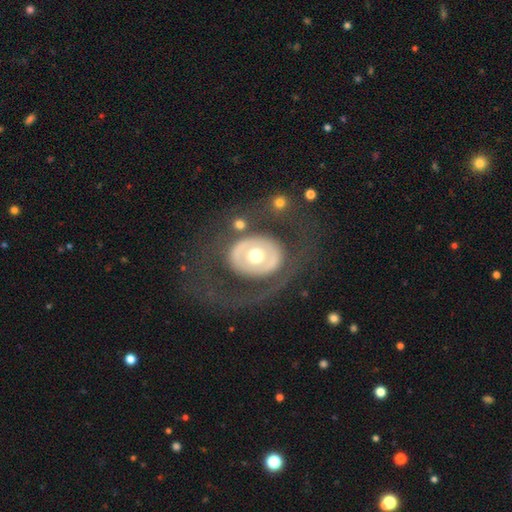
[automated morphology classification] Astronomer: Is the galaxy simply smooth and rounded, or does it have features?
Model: featured or disk — 62%.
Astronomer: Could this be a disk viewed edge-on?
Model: no — 94%.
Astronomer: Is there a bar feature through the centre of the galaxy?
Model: no — 84%.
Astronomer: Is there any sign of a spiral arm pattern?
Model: no — 80%.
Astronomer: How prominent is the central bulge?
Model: moderate — 71%.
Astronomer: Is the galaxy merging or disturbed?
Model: none — 65%.